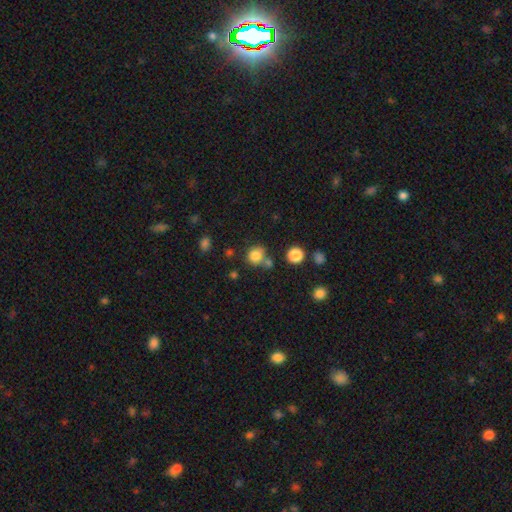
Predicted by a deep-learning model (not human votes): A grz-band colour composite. It shows a smooth galaxy with no disk features (81%) that is round (83%). Merging: none (63%).